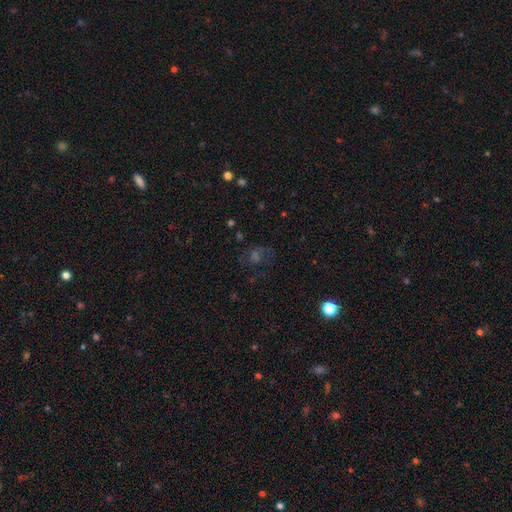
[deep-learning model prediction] This is marginally a star or artifact rather than a galaxy (37%).